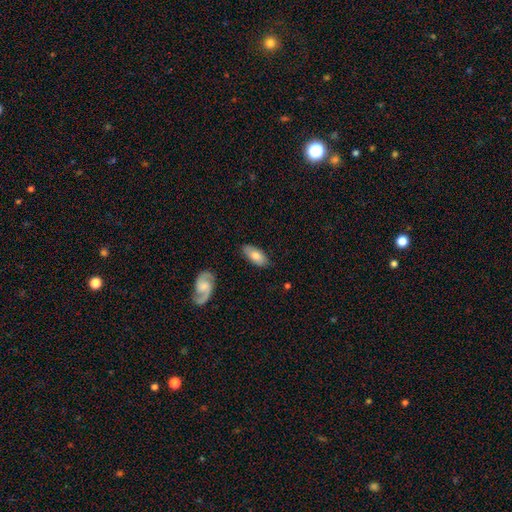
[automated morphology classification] Smooth or featured?
  - smooth: 72% *
  - featured or disk: 22%
  - star or artifact: 6%
How rounded?
  - in between: 89% *
  - cigar-shaped: 9%
  - round: 2%
Merging?
  - none: 81% *
  - minor disturbance: 15%
  - major disturbance: 3%
  - merger: 2%